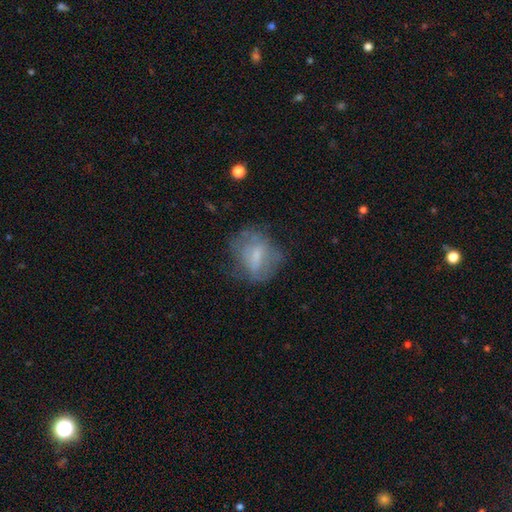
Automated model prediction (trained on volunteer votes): Smooth or featured?
  - smooth: 47% *
  - featured or disk: 42%
  - star or artifact: 11%
Merging?
  - none: 52% *
  - minor disturbance: 25%
  - major disturbance: 21%
  - merger: 2%